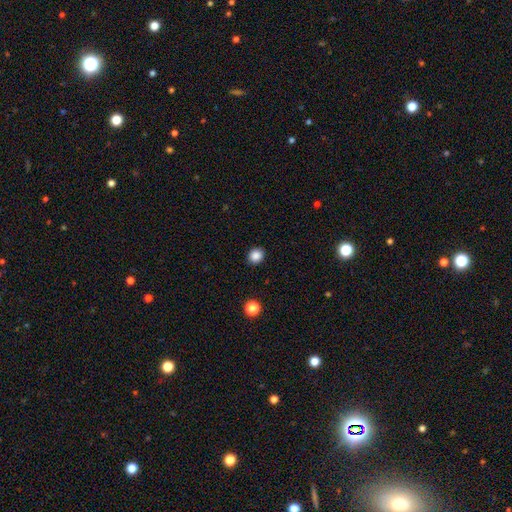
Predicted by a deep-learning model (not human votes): Morphology: type=smooth (86%); roundness=round (78%); merging=none (91%).